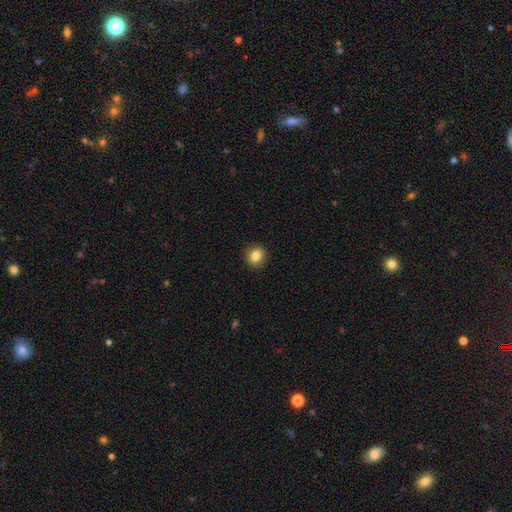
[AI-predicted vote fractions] A smooth galaxy with no disk features (84%) that is round (78%).

Vote fractions:
- Smooth or featured? smooth: 84% / star or artifact: 10% / featured or disk: 7%
- How rounded? round: 78% / in between: 21% / cigar-shaped: 1%
- Merging? none: 91% / minor disturbance: 7% / major disturbance: 2% / merger: 1%